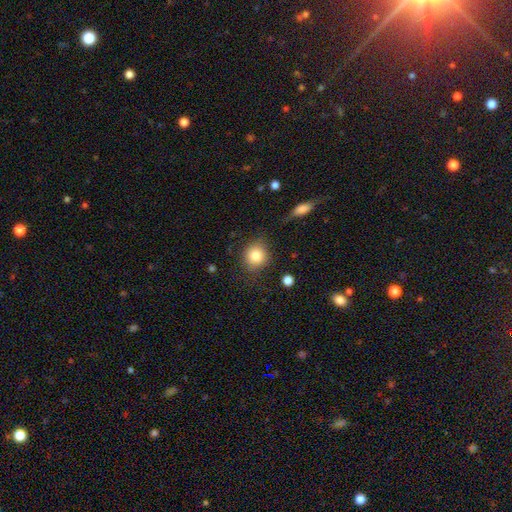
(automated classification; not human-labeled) This is clearly a smooth galaxy (82%). How rounded: clearly round (83%). Merging: likely none (80%).